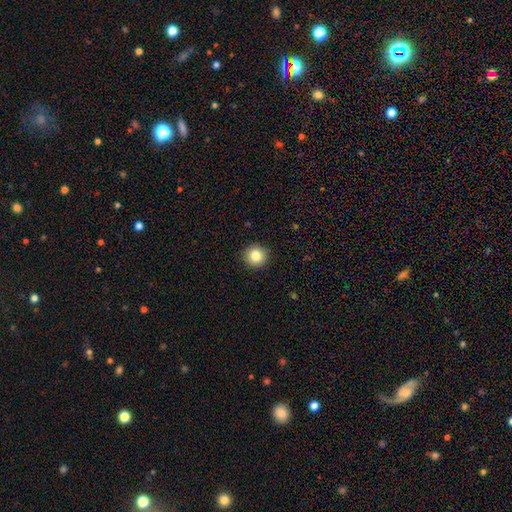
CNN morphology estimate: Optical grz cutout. It shows a smooth galaxy with no disk features (84%) that is round (93%). Merging: none (92%).